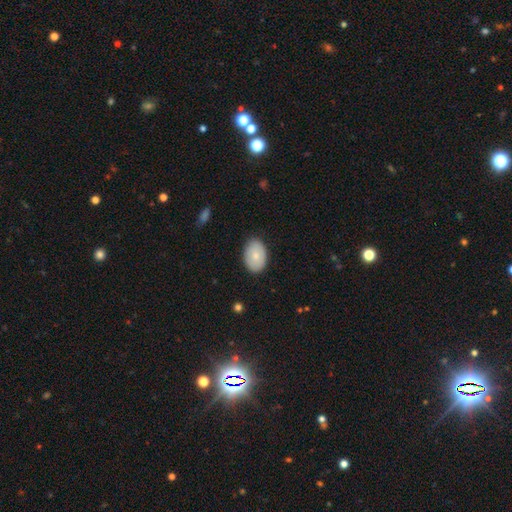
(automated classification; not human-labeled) smooth 78%, featured or disk 16%, star or artifact 6%. Down the decision tree: how rounded — in between (86%); merging — none (84%).